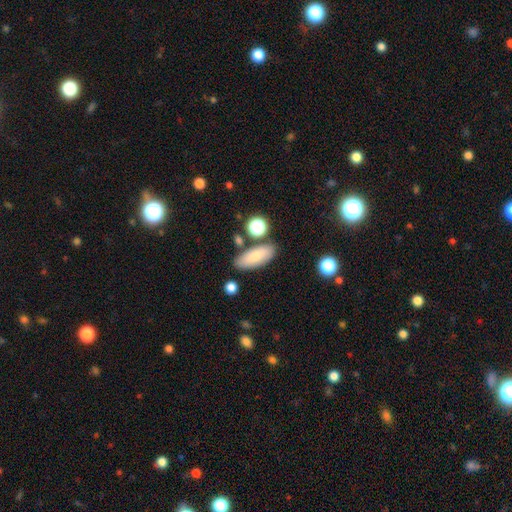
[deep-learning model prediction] Smooth or featured? Predicted: smooth (p=0.77). How rounded? Predicted: in between (p=0.79). Merging? Predicted: none (p=0.76).